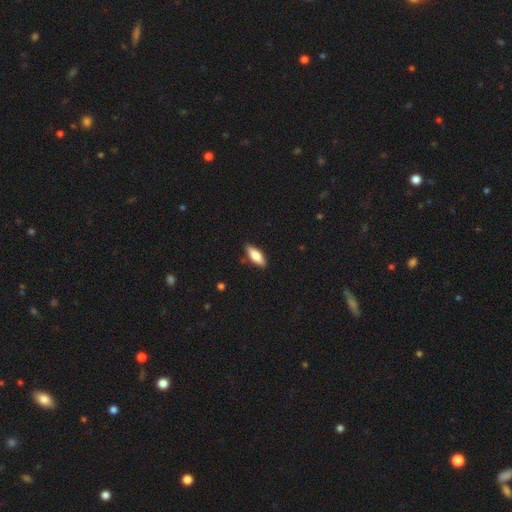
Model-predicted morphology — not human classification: A smooth galaxy with no disk features (78%) that is in between round and cigar-shaped (73%).

Vote fractions:
- Smooth or featured? smooth: 78% / featured or disk: 16% / star or artifact: 6%
- How rounded? in between: 73% / cigar-shaped: 25% / round: 2%
- Merging? none: 86% / minor disturbance: 11% / major disturbance: 2% / merger: 1%